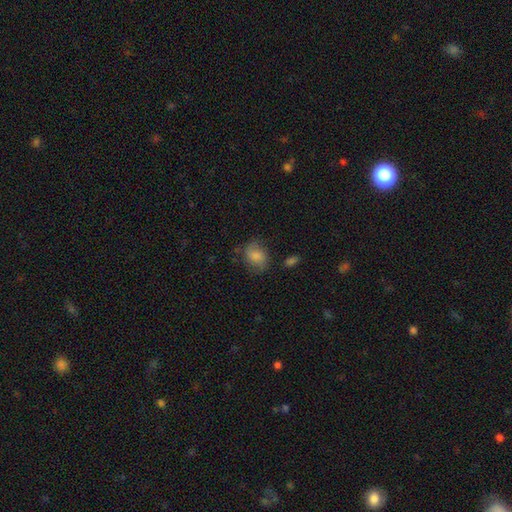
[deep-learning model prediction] smooth-or-featured: smooth: 66% | featured or disk: 21% | star or artifact: 13%
  how-rounded: in between: 58% | round: 41% | cigar-shaped: 1%
  merging: none: 70% | minor disturbance: 20% | major disturbance: 8% | merger: 2%